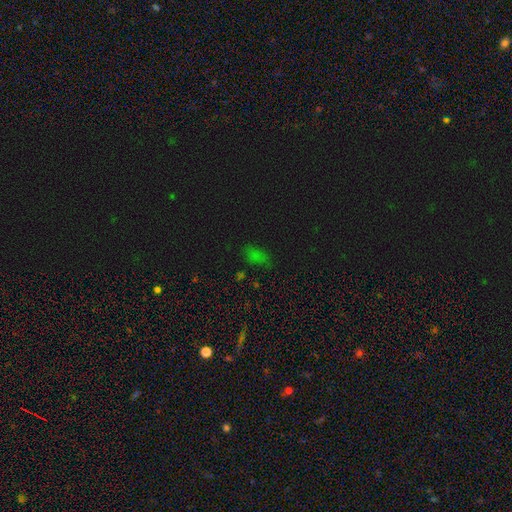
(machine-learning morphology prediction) The model was most divided on "smooth or featured": smooth: 50%, star or artifact: 42%, featured or disk: 8%. More confident: merging — none (75%).